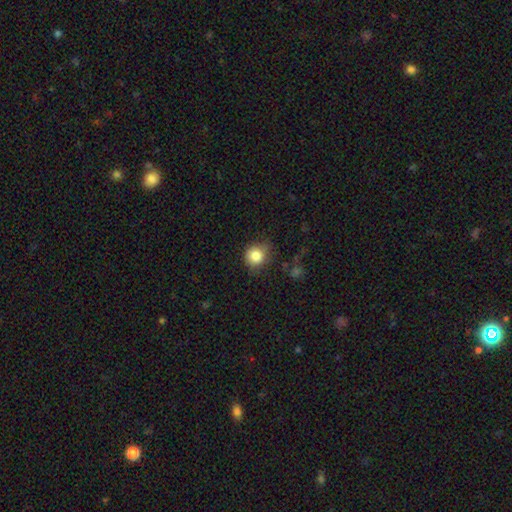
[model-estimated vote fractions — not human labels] A smooth galaxy with no disk features (84%) that is round (87%).

Vote fractions:
- Smooth or featured? smooth: 84% / star or artifact: 10% / featured or disk: 6%
- How rounded? round: 87% / in between: 12% / cigar-shaped: 1%
- Merging? none: 72% / minor disturbance: 21% / major disturbance: 5% / merger: 2%